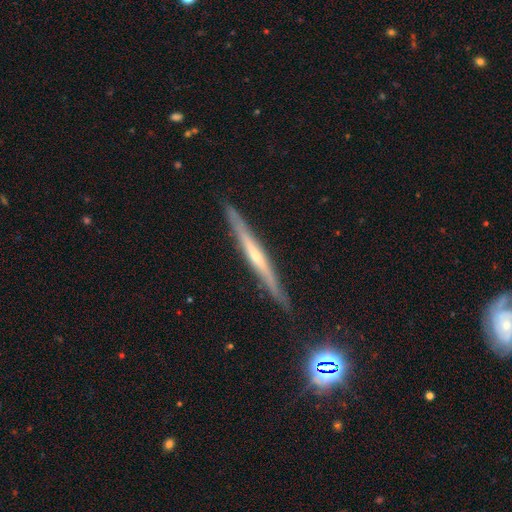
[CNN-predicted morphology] Smooth or featured: featured or disk — 72% (smooth — 20%)
Edge-on disk: yes — 97% (no — 3%)
Edge-on bulge: rounded — 52% (none — 42%)
Merging: none — 88% (minor disturbance — 9%)